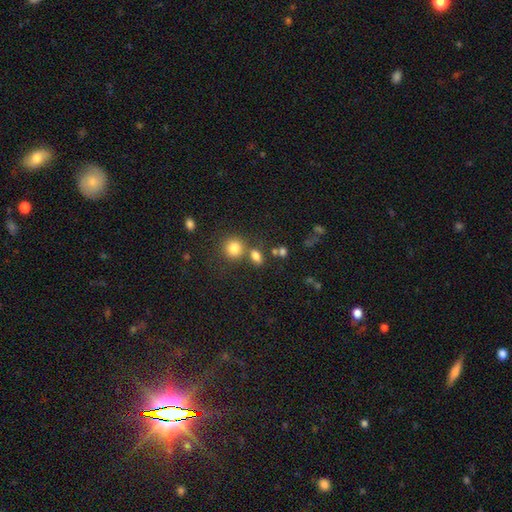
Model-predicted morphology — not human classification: A smooth galaxy with no disk features (78%) that is in between round and cigar-shaped (62%). Merging: none (57%).